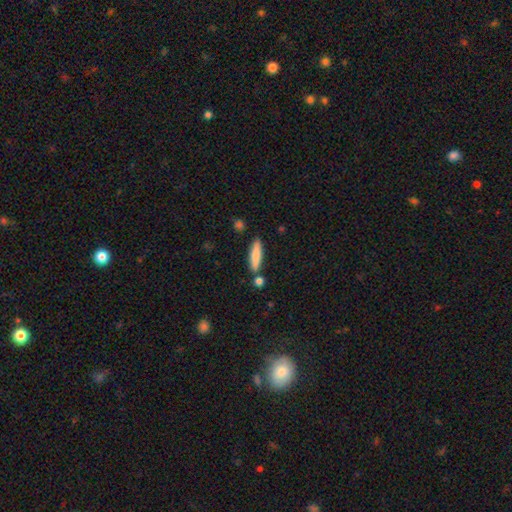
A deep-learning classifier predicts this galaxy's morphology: A smooth galaxy with no disk features (80%) that is cigar-shaped (77%).

Vote fractions:
- Smooth or featured? smooth: 80% / featured or disk: 14% / star or artifact: 6%
- How rounded? cigar-shaped: 77% / in between: 22% / round: 2%
- Merging? none: 81% / minor disturbance: 10% / merger: 6% / major disturbance: 2%